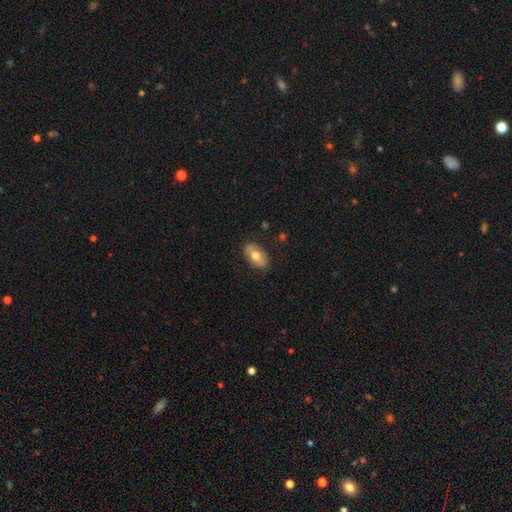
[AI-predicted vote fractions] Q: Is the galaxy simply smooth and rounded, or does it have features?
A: smooth — 54%.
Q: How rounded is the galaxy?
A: in between — 87%.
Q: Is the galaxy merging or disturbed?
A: none — 83%.